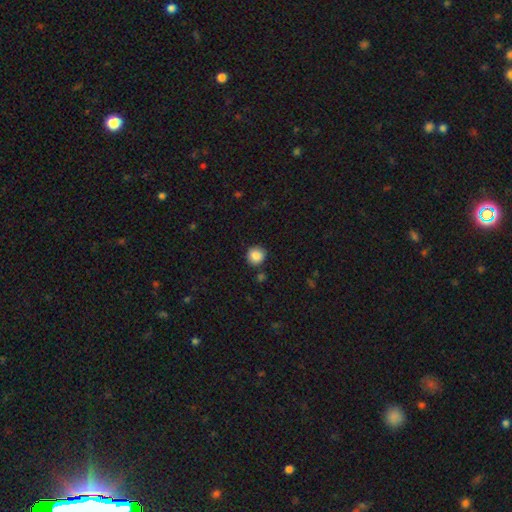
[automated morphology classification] A smooth galaxy with no disk features (87%) that is round (91%).

Vote fractions:
- Smooth or featured? smooth: 87% / star or artifact: 9% / featured or disk: 4%
- How rounded? round: 91% / in between: 8% / cigar-shaped: 1%
- Merging? none: 85% / minor disturbance: 9% / merger: 3% / major disturbance: 2%